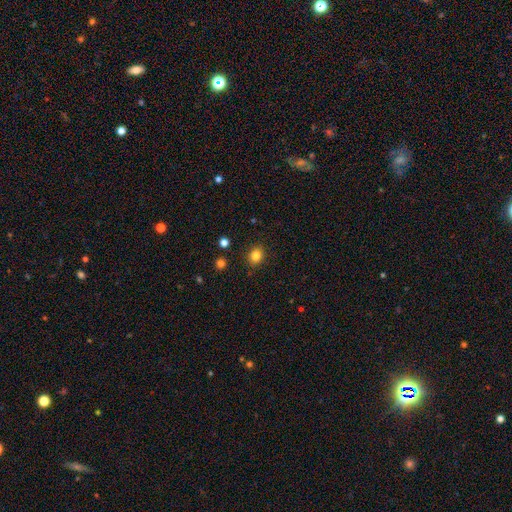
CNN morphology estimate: smooth_or_featured: smooth (p=0.83) [alt: star or artifact p=0.12]
how_rounded: round (p=0.61) [alt: in between p=0.38]
merging: none (p=0.88) [alt: minor disturbance p=0.08]